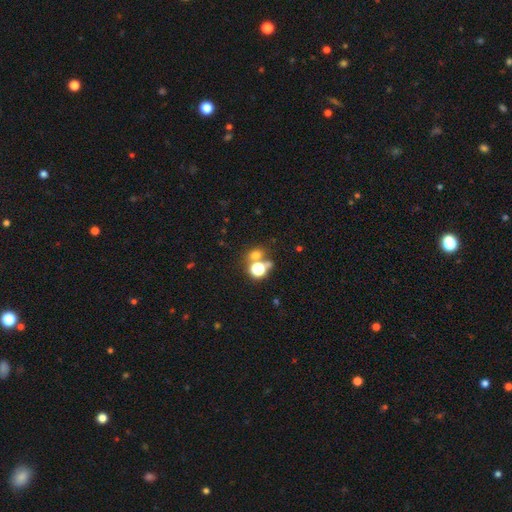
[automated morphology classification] A smooth galaxy with no disk features (62%) that is round (70%).

Vote fractions:
- Smooth or featured? smooth: 62% / star or artifact: 29% / featured or disk: 9%
- How rounded? round: 70% / in between: 29% / cigar-shaped: 1%
- Merging? none: 58% / merger: 29% / minor disturbance: 8% / major disturbance: 5%